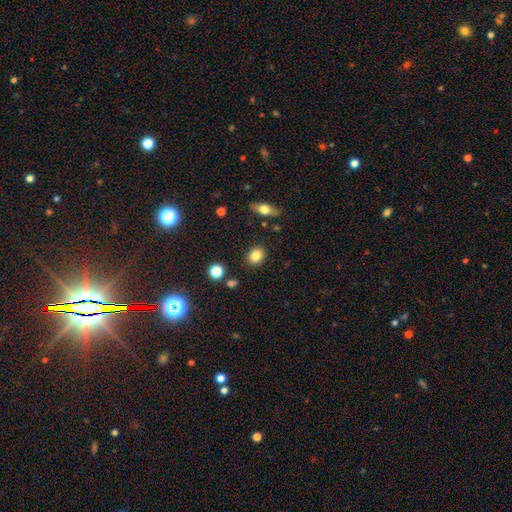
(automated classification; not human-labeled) smooth-or-featured: smooth: 83% | star or artifact: 10% | featured or disk: 7%
  how-rounded: round: 61% | in between: 37% | cigar-shaped: 1%
  merging: none: 88% | minor disturbance: 8% | major disturbance: 2% | merger: 2%